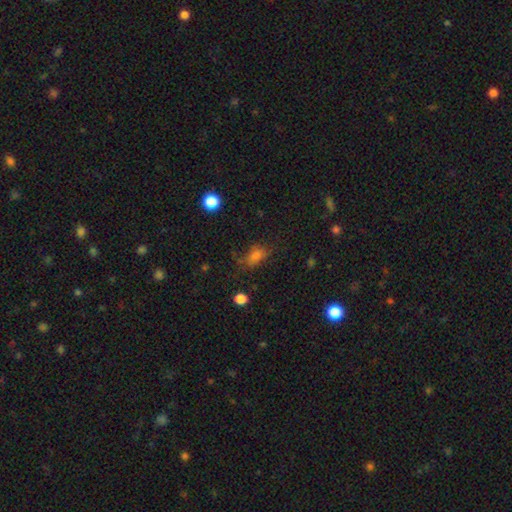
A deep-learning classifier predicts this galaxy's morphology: type=smooth (74%); roundness=in between (78%); merging=none (65%).